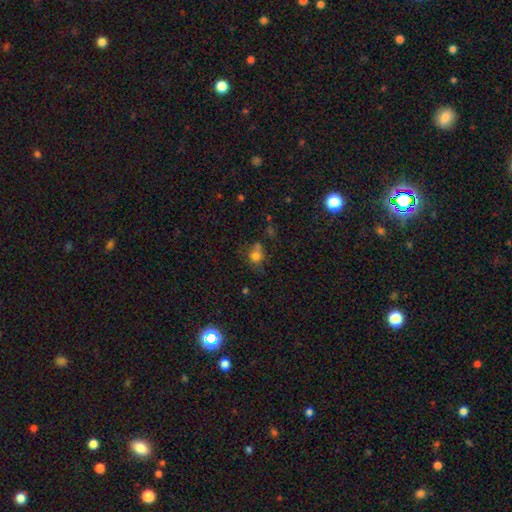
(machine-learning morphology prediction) smooth 74%, star or artifact 16%, featured or disk 10%. Down the decision tree: how rounded — round (67%); merging — none (46%).